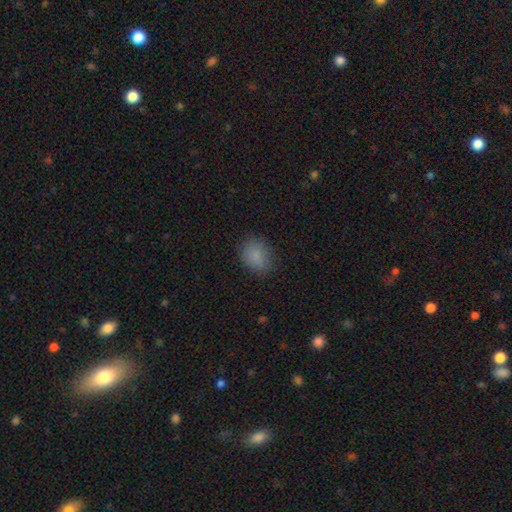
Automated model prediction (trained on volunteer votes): This appears to be a smooth galaxy with no disk features (85%) that is round (51%). Merging: none (81%).